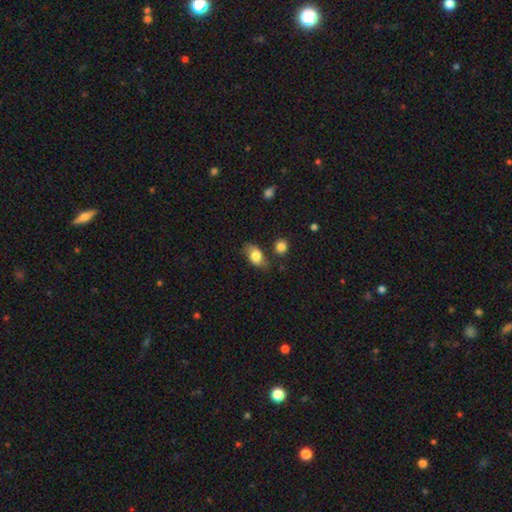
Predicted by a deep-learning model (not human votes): smooth 76%, featured or disk 16%, star or artifact 8%. Down the decision tree: how rounded — in between (85%); merging — none (64%).